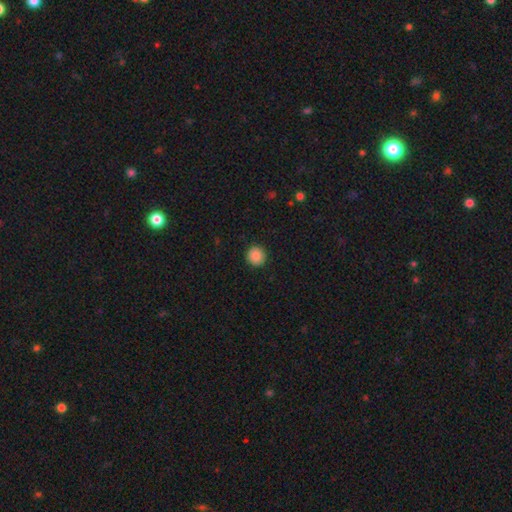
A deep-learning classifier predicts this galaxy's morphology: A smooth galaxy with no disk features (88%) that is round (93%). Merging: none (92%).